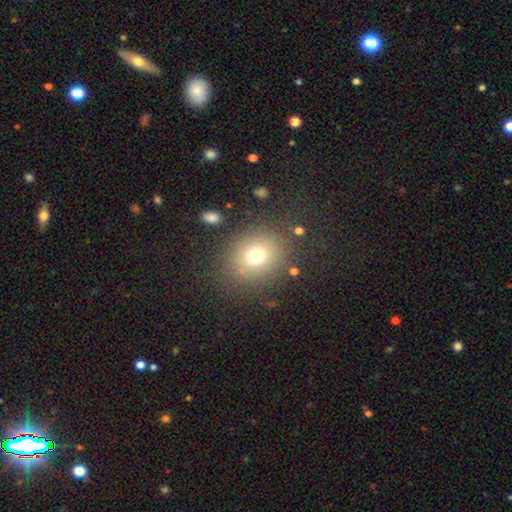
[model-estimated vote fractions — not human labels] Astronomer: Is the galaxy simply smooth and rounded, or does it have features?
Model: smooth — 71%.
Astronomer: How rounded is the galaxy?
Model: round — 71%.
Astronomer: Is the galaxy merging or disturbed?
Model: none — 82%.